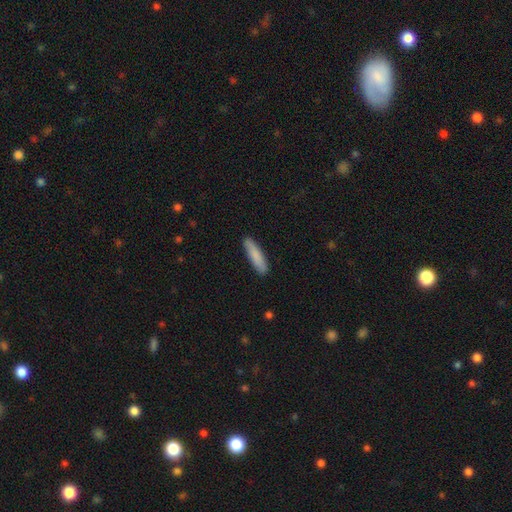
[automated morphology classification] A smooth galaxy with no disk features (85%) that is cigar-shaped (80%).

Vote fractions:
- Smooth or featured? smooth: 85% / featured or disk: 10% / star or artifact: 5%
- How rounded? cigar-shaped: 80% / in between: 19% / round: 1%
- Merging? none: 88% / minor disturbance: 9% / major disturbance: 2% / merger: 1%